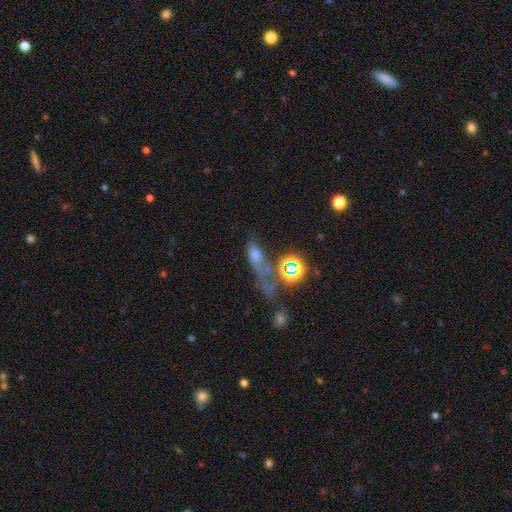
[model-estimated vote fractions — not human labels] This is marginally a smooth galaxy (42%). Merging: marginally none (32%).